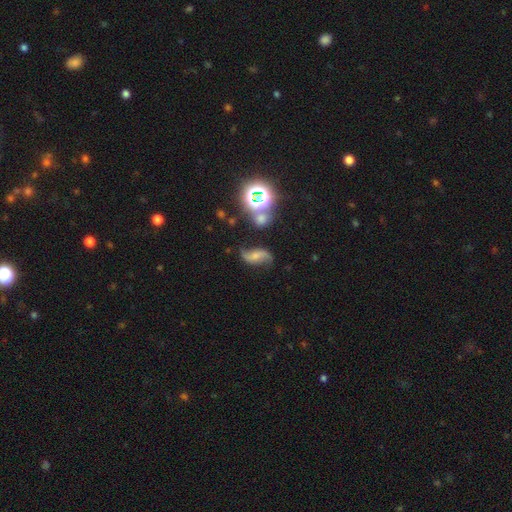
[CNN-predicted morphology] The model was most divided on "bulge size": small: 42%, moderate: 30%, none: 21%, large: 5%, dominant: 2%. Remaining: edge-on disk — no (95%); spiral arms — yes (93%); spiral arm count — 2 (91%); spiral winding — loose (84%); smooth or featured — featured or disk (68%); merging — none (65%); bar — no (49%).